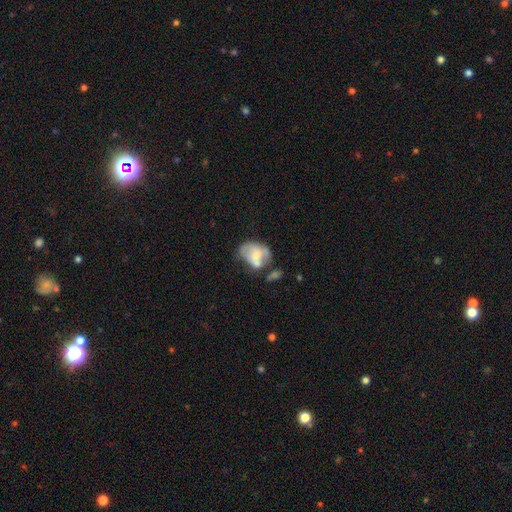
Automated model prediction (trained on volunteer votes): A smooth galaxy with no disk features (54%) that is in between round and cigar-shaped (74%). Merging: merger (32%).